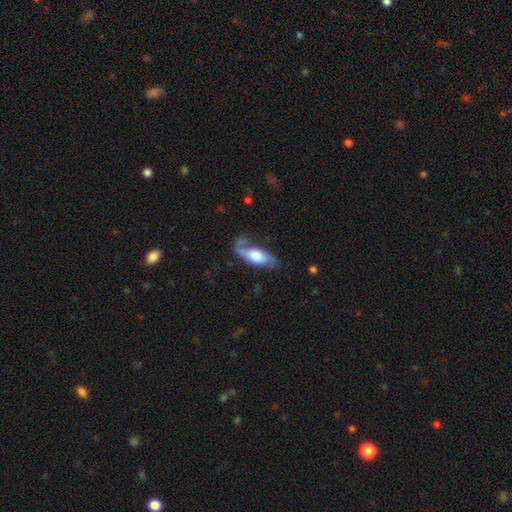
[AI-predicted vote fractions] This appears to be a featured or disk galaxy (57%). Merging: none (48%).